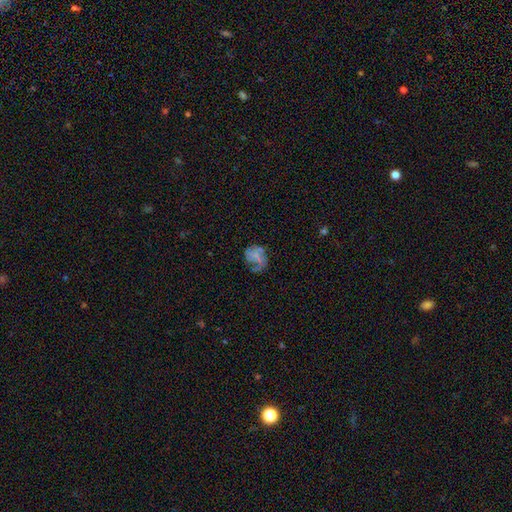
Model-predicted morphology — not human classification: smooth-or-featured: featured or disk: 45% | smooth: 43% | star or artifact: 13%
  merging: none: 40% | major disturbance: 29% | minor disturbance: 26% | merger: 5%